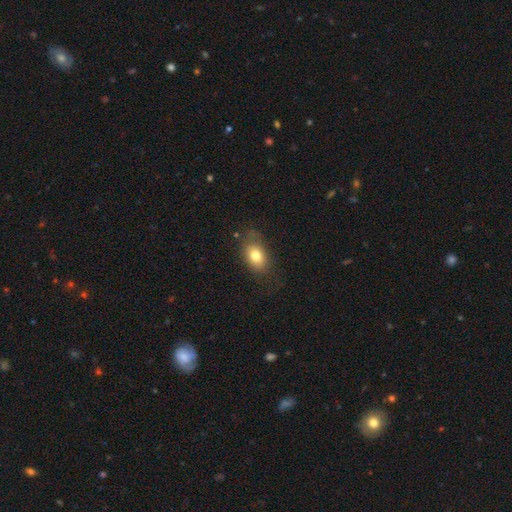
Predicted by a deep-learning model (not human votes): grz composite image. It shows a smooth galaxy with no disk features (78%) that is in between round and cigar-shaped (83%). Merging: none (71%).